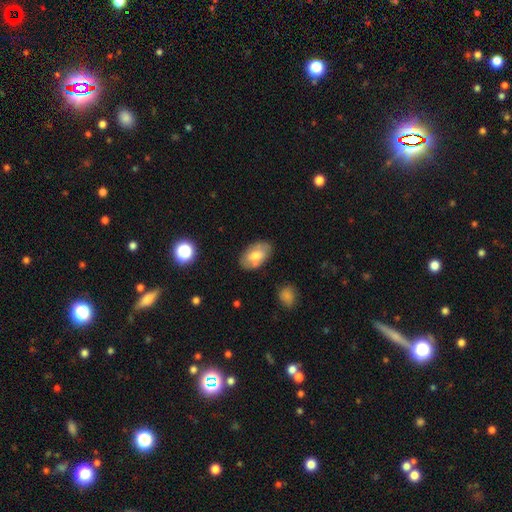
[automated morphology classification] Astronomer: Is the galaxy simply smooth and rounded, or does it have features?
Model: smooth — 64%.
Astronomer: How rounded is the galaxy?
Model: in between — 91%.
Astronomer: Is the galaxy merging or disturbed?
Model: none — 75%.